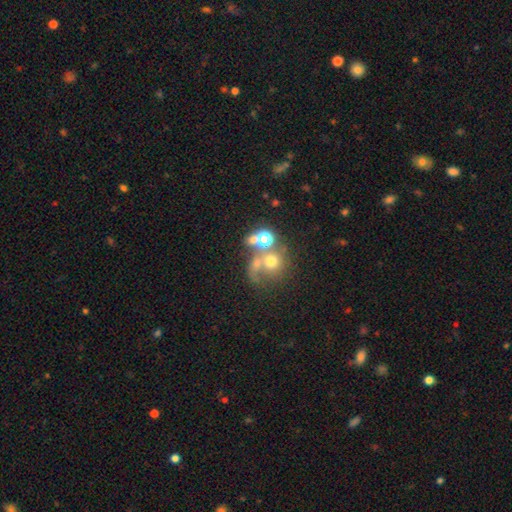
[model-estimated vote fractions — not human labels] Smooth or featured? star or artifact (44%)